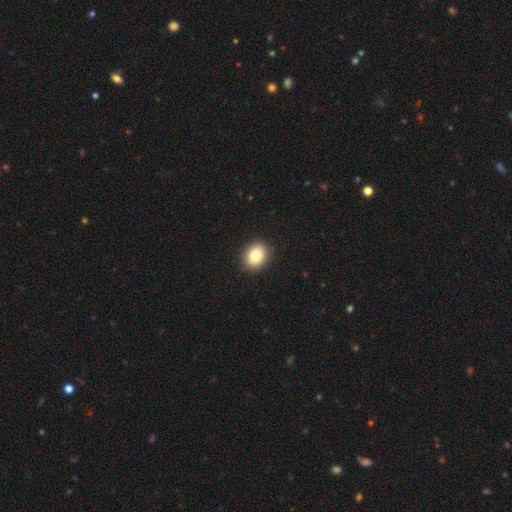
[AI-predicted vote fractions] Q: Smooth or featured?
A: smooth (82%); runner-up: featured or disk (9%)
Q: How rounded?
A: round (52%); runner-up: in between (47%)
Q: Merging?
A: none (90%); runner-up: minor disturbance (7%)